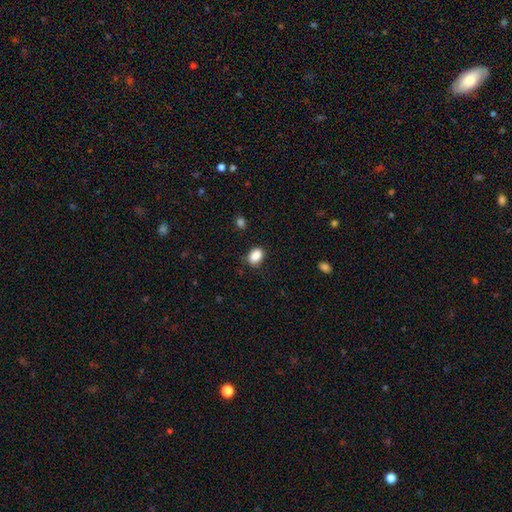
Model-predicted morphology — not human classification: Overall: smooth (88%). How rounded: in between (75%). Merging: none (80%).